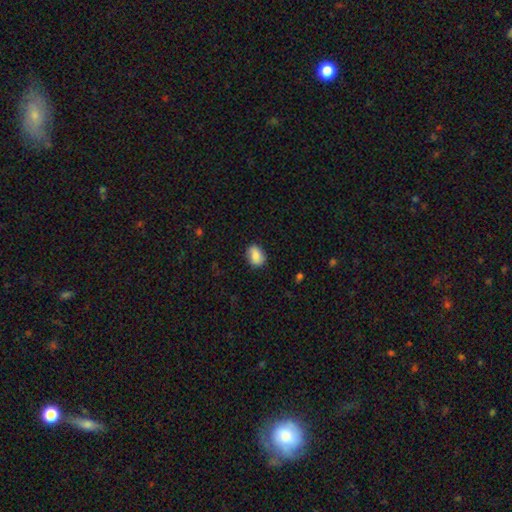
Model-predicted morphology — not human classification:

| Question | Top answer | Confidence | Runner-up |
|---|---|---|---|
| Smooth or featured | smooth | 83% | featured or disk (9%) |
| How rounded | in between | 64% | round (34%) |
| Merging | none | 82% | minor disturbance (14%) |